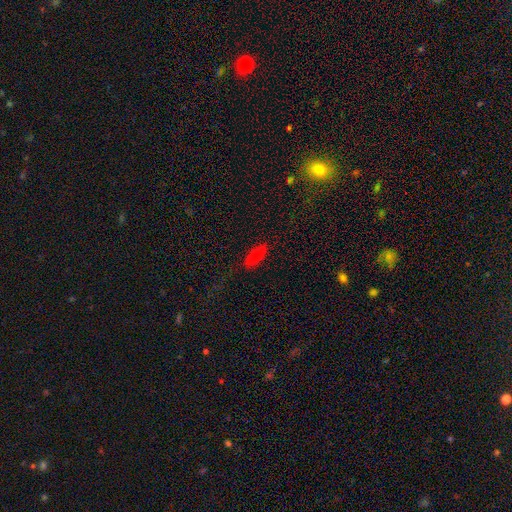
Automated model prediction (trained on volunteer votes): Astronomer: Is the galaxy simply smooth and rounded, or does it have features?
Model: smooth — 76%.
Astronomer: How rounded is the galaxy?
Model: in between — 59% (runner-up: cigar-shaped, 39%).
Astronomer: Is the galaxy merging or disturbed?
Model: none — 83%.